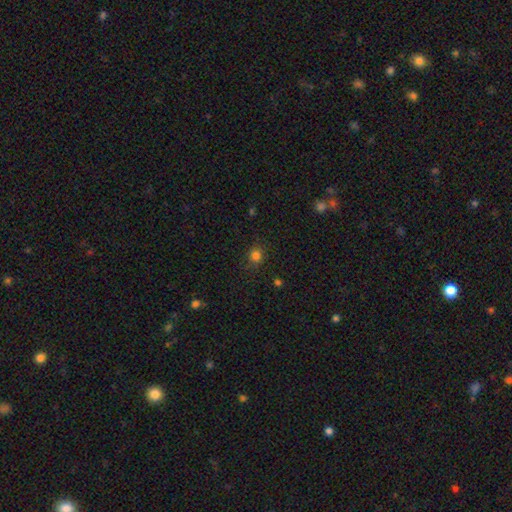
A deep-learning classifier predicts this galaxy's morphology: smooth_or_featured: smooth (p=0.80) [alt: star or artifact p=0.15]
how_rounded: round (p=0.77) [alt: in between p=0.22]
merging: none (p=0.85) [alt: minor disturbance p=0.11]